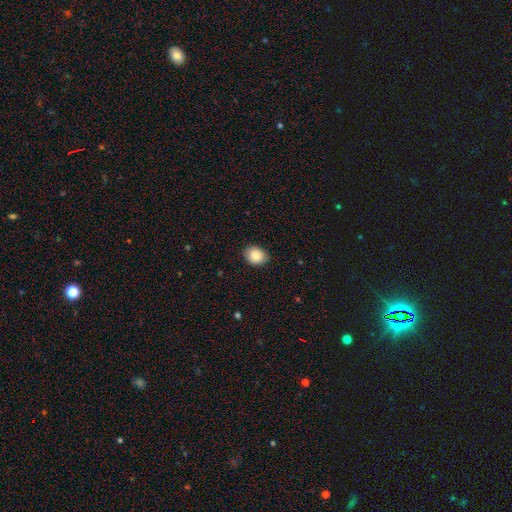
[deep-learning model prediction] smooth_or_featured: smooth (p=0.88) [alt: star or artifact p=0.07]
how_rounded: in between (p=0.57) [alt: round p=0.42]
merging: none (p=0.83) [alt: minor disturbance p=0.14]